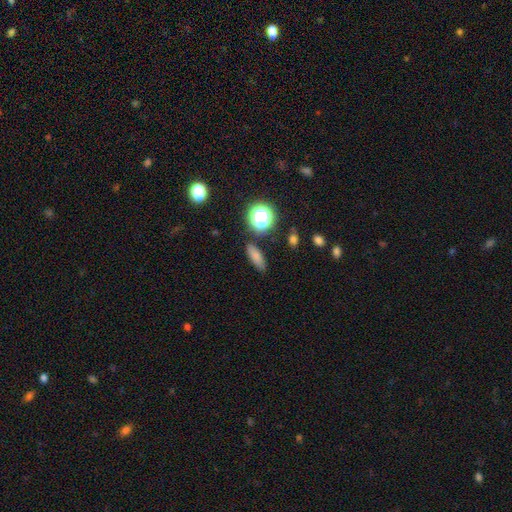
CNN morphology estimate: smooth-or-featured: smooth: 75% | star or artifact: 15% | featured or disk: 9%
  how-rounded: in between: 52% | cigar-shaped: 37% | round: 11%
  merging: none: 82% | minor disturbance: 11% | major disturbance: 3% | merger: 3%